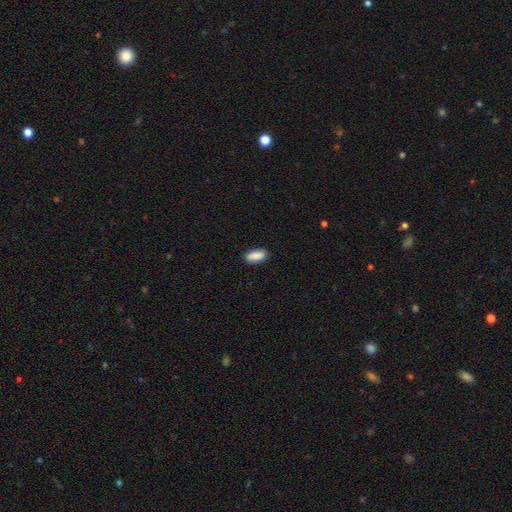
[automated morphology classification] smooth_or_featured: smooth (p=0.87) [alt: star or artifact p=0.07]
how_rounded: in between (p=0.86) [alt: cigar-shaped p=0.11]
merging: none (p=0.87) [alt: minor disturbance p=0.10]